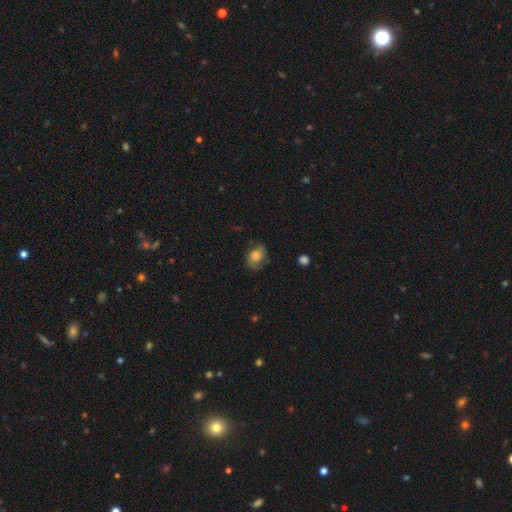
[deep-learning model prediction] A smooth galaxy with no disk features (65%) that is in between round and cigar-shaped (63%).

Vote fractions:
- Smooth or featured? smooth: 65% / featured or disk: 26% / star or artifact: 9%
- How rounded? in between: 63% / round: 35% / cigar-shaped: 1%
- Merging? none: 66% / minor disturbance: 24% / major disturbance: 9% / merger: 1%